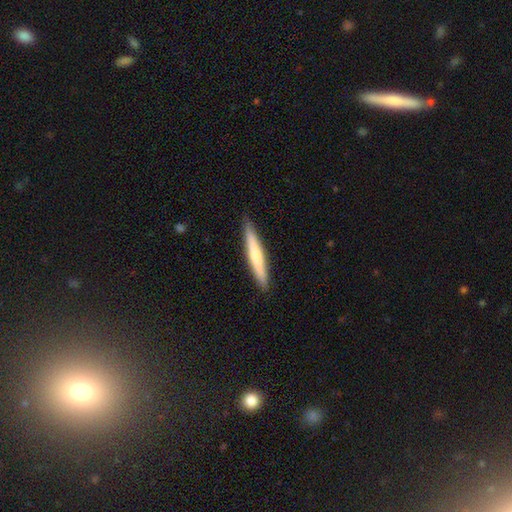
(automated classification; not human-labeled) Q: Smooth or featured?
A: smooth (61%); runner-up: featured or disk (35%)
Q: How rounded?
A: cigar-shaped (95%); runner-up: in between (4%)
Q: Merging?
A: none (90%); runner-up: minor disturbance (7%)